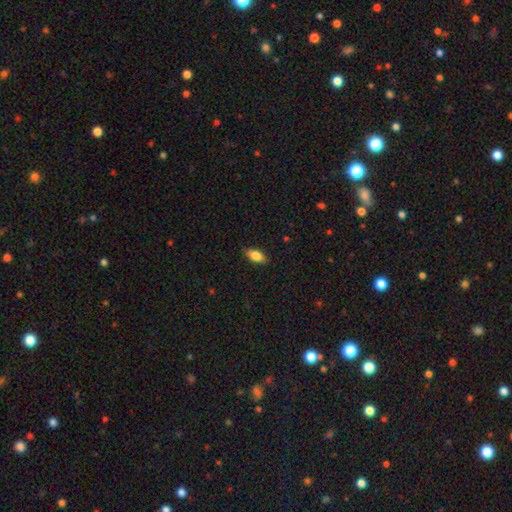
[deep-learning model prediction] Overall: smooth (85%). How rounded: in between (88%). Merging: none (87%).